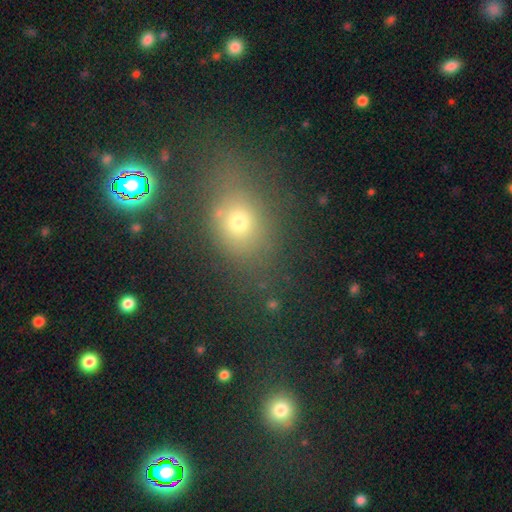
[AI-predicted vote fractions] Smooth or featured?
  - smooth: 55% *
  - star or artifact: 31%
  - featured or disk: 14%
How rounded?
  - in between: 58% *
  - round: 35%
  - cigar-shaped: 7%
Merging?
  - none: 76% *
  - minor disturbance: 13%
  - major disturbance: 7%
  - merger: 4%